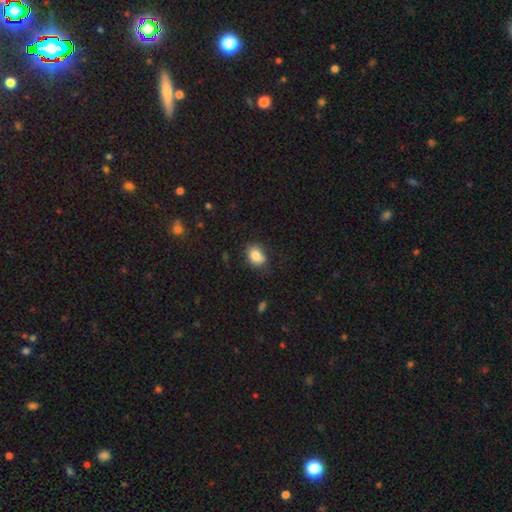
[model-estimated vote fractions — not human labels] Smooth or featured?
  - smooth: 84% *
  - star or artifact: 9%
  - featured or disk: 7%
How rounded?
  - in between: 67% *
  - round: 32%
  - cigar-shaped: 1%
Merging?
  - none: 70% *
  - minor disturbance: 22%
  - major disturbance: 5%
  - merger: 3%